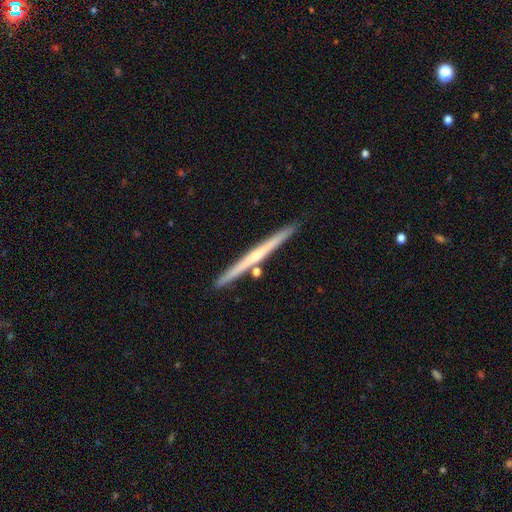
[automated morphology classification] A featured or disk galaxy (70%) viewed edge-on (98%) with a rounded central bulge (50%). Merging: none (88%).